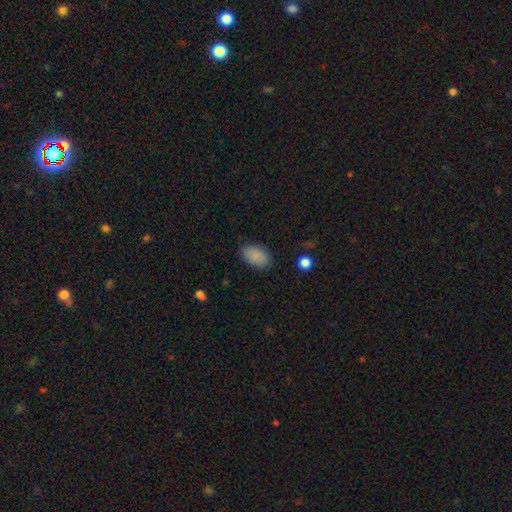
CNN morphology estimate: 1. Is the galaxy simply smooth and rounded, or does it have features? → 88% smooth, 8% star or artifact, 4% featured or disk.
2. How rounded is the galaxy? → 91% in between, 7% round, 1% cigar-shaped.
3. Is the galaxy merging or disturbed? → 84% none, 12% minor disturbance, 3% major disturbance, 1% merger.